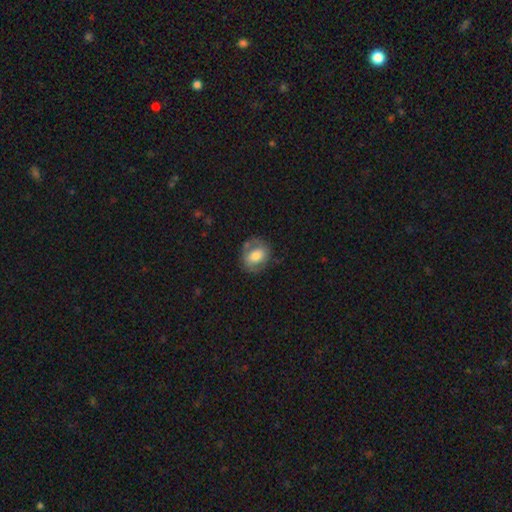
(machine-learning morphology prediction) type=smooth (63%); roundness=round (50%); merging=none (65%).